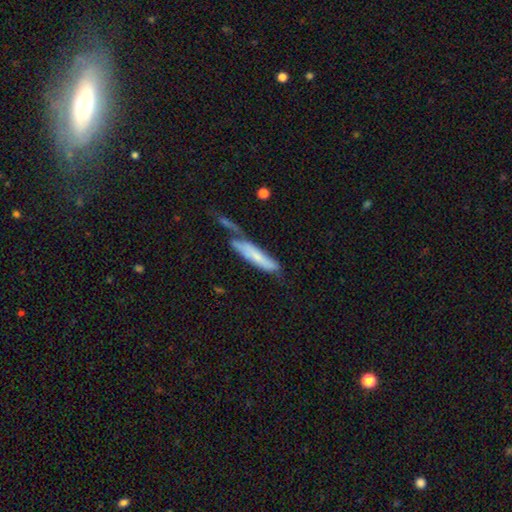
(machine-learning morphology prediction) A smooth galaxy with no disk features (60%) that is cigar-shaped (80%). Merging: none (31%).